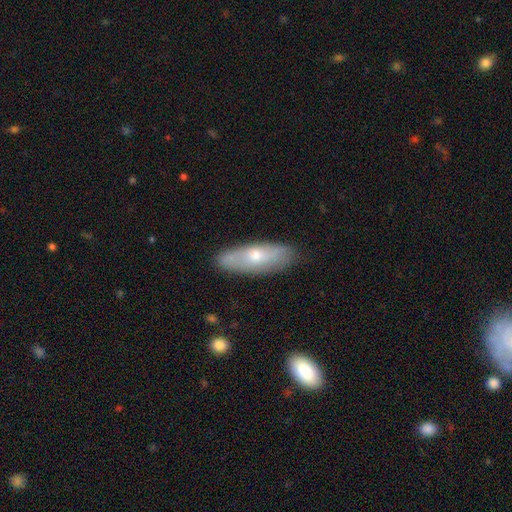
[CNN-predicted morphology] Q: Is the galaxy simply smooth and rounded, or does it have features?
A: smooth — 49%.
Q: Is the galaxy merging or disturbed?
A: none — 85%.